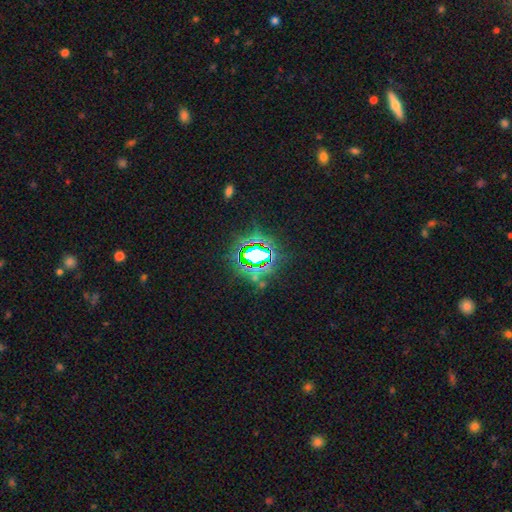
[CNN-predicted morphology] A star or artifact, not a galaxy (73%).

Vote fractions:
- Smooth or featured? star or artifact: 73% / smooth: 16% / featured or disk: 11%